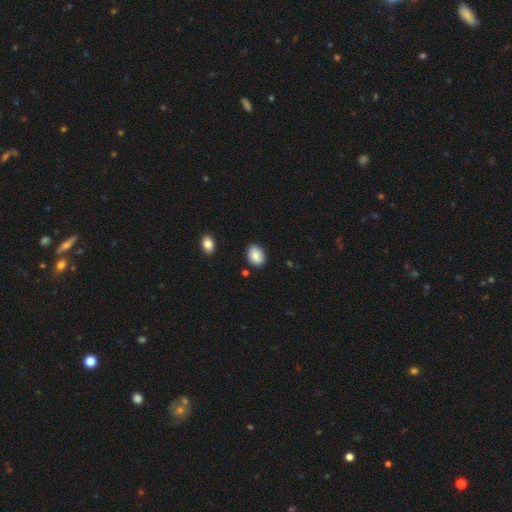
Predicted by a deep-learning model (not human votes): This appears to be a smooth galaxy with no disk features (85%) that is in between round and cigar-shaped (72%). Merging: none (82%).